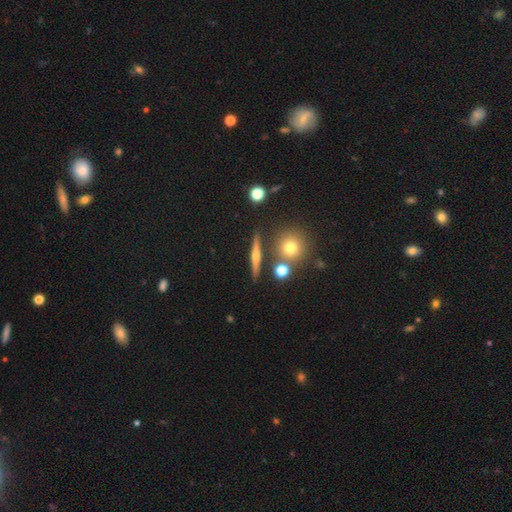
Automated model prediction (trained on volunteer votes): Overall: featured or disk (64%; smooth 25%). Edge-on disk: yes (94%). Edge-on bulge: rounded (89%). Merging: none (84%).